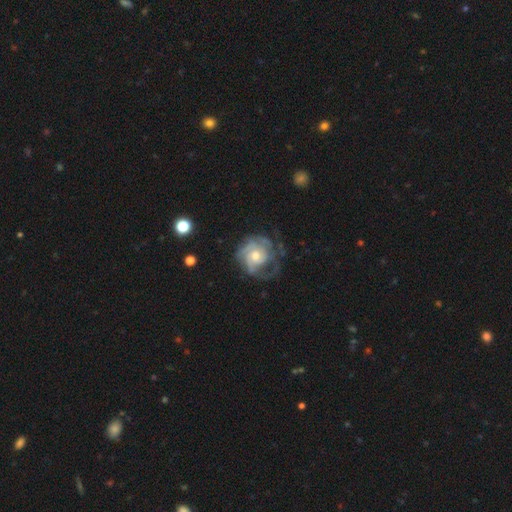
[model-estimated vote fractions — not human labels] smooth_or_featured: featured or disk (p=0.78) [alt: smooth p=0.16]
disk_edge_on: no (p=0.98) [alt: yes p=0.02]
bar: no (p=0.78) [alt: weak p=0.19]
has_spiral_arms: yes (p=0.87) [alt: no p=0.13]
spiral_winding: tight (p=0.56) [alt: medium p=0.31]
spiral_arm_count: can't tell (p=0.42) [alt: 3 p=0.20]
bulge_size: moderate (p=0.64) [alt: small p=0.26]
merging: none (p=0.55) [alt: major disturbance p=0.22]